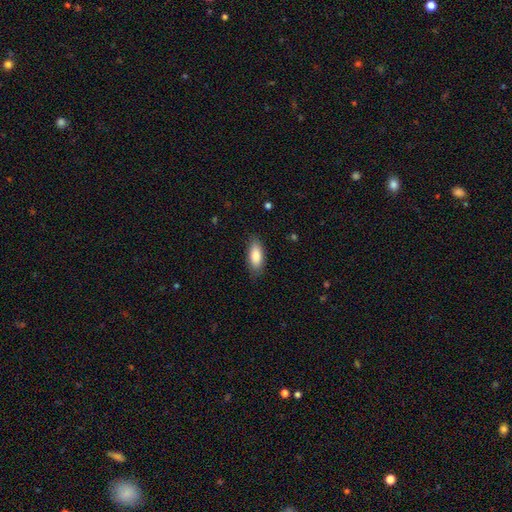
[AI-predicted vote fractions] smooth 84%, featured or disk 10%, star or artifact 6%. Down the decision tree: how rounded — in between (82%); merging — none (83%).